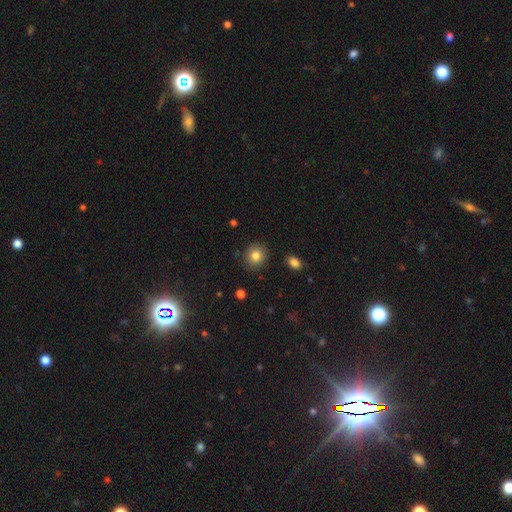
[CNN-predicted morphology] smooth-or-featured: smooth: 82% | star or artifact: 10% | featured or disk: 8%
  how-rounded: round: 81% | in between: 19% | cigar-shaped: 1%
  merging: none: 89% | minor disturbance: 8% | major disturbance: 2% | merger: 2%